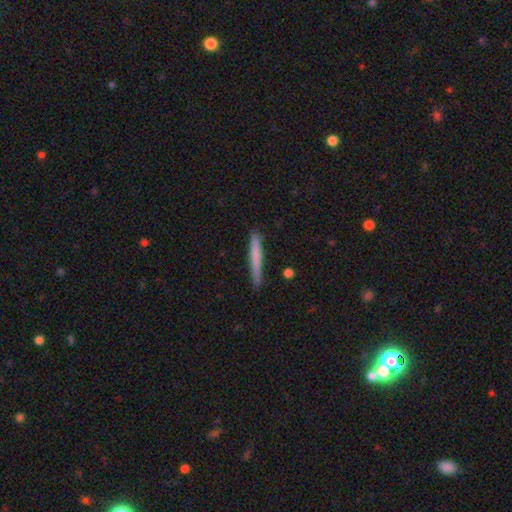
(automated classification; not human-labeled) smooth-or-featured: smooth: 70% | featured or disk: 24% | star or artifact: 6%
  how-rounded: cigar-shaped: 97% | in between: 2% | round: 1%
  merging: none: 86% | minor disturbance: 11% | major disturbance: 2% | merger: 2%